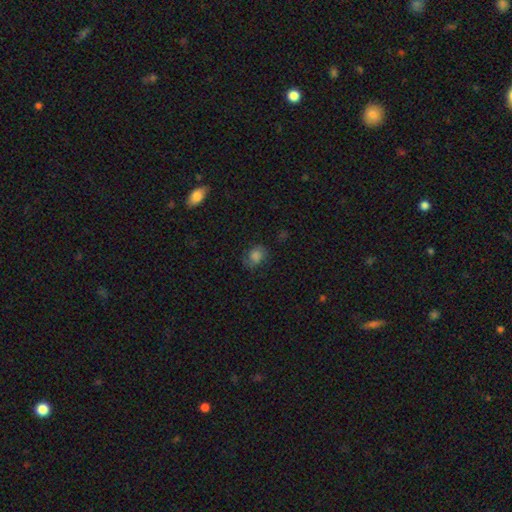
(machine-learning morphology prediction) smooth_or_featured: smooth (p=0.73) [alt: star or artifact p=0.14]
how_rounded: in between (p=0.54) [alt: round p=0.45]
merging: none (p=0.65) [alt: minor disturbance p=0.24]